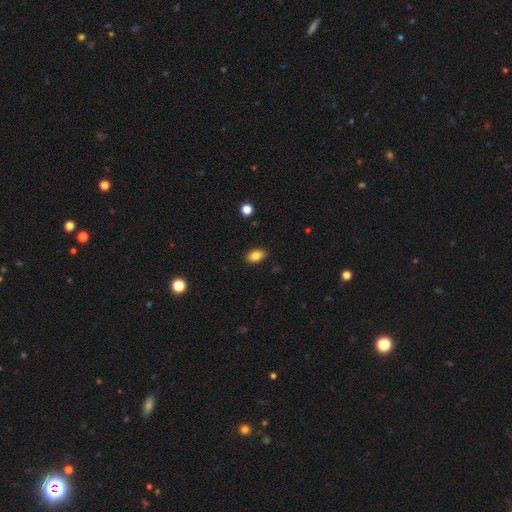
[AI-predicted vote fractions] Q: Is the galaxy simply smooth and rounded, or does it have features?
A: smooth — 85%.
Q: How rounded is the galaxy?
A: in between — 87%.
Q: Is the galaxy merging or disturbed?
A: none — 88%.